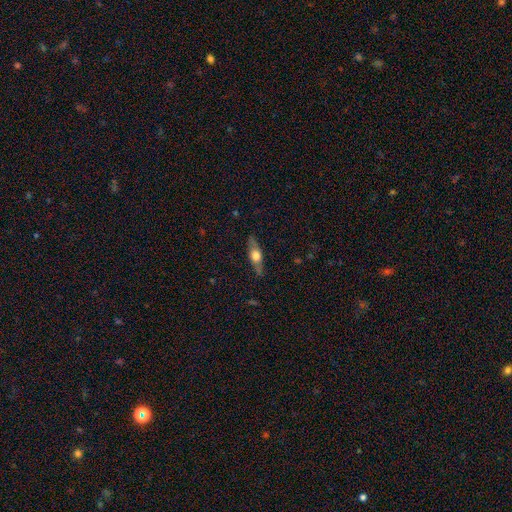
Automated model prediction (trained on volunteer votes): smooth-or-featured: featured or disk: 54% | smooth: 40% | star or artifact: 6%
  disk-edge-on: yes: 88% | no: 12%
  merging: none: 83% | minor disturbance: 13% | major disturbance: 3% | merger: 1%